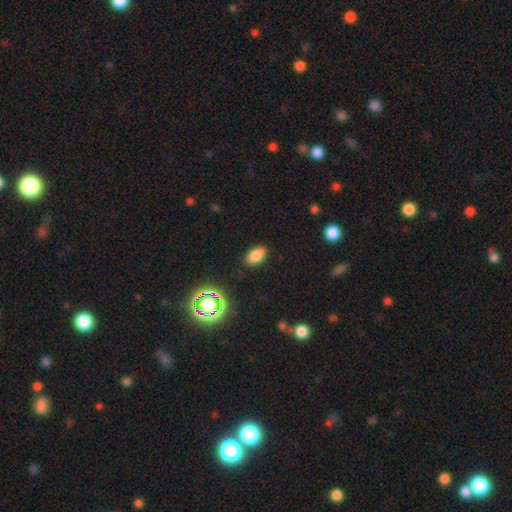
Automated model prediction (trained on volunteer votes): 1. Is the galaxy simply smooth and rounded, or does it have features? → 79% smooth, 14% star or artifact, 7% featured or disk.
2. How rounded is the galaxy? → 91% in between, 7% round, 2% cigar-shaped.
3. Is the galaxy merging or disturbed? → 85% none, 11% minor disturbance, 3% major disturbance, 1% merger.